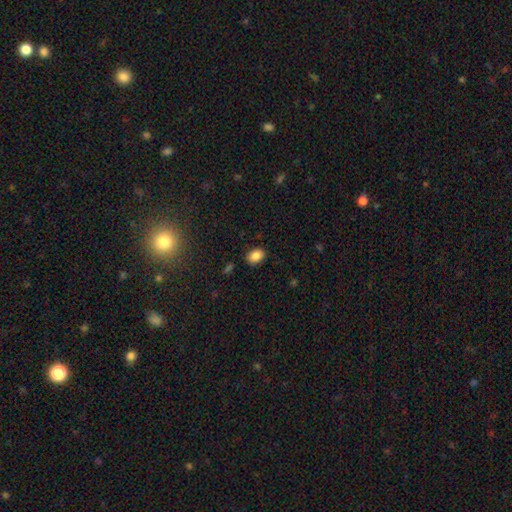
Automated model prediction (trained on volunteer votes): Overall: smooth (86%). How rounded: in between (78%). Merging: none (86%).